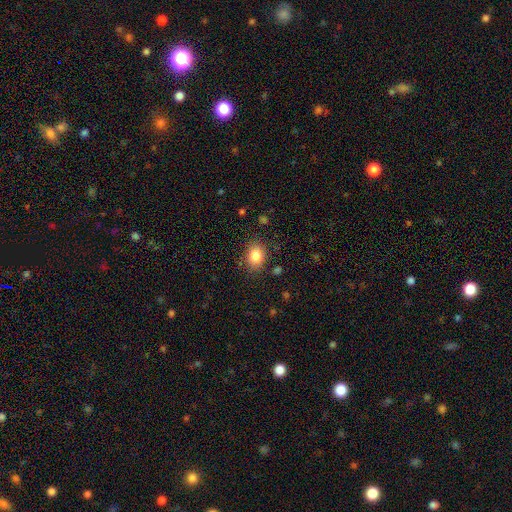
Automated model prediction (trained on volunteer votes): Smooth or featured? Predicted: smooth (p=0.84). How rounded? Predicted: in between (p=0.58). Merging? Predicted: none (p=0.84).